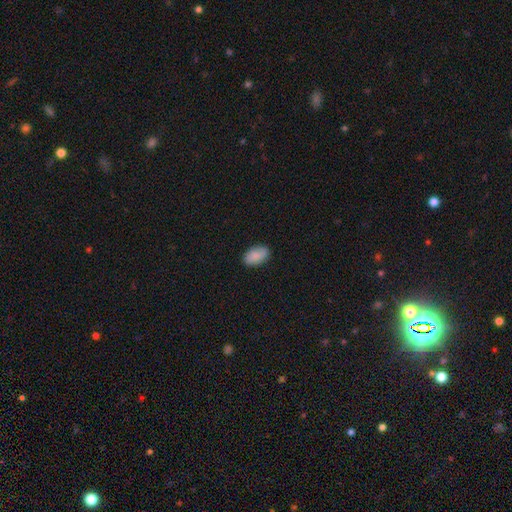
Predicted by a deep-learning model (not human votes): Morphology: type=smooth (87%); roundness=in between (93%); merging=none (86%).